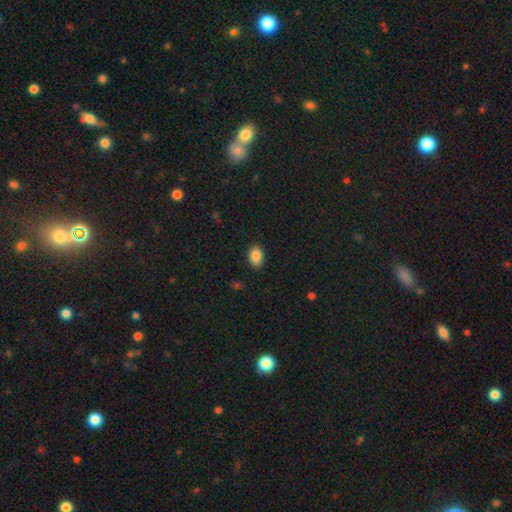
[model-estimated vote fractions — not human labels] smooth 87%, star or artifact 8%, featured or disk 5%. Down the decision tree: how rounded — in between (80%); merging — none (85%).